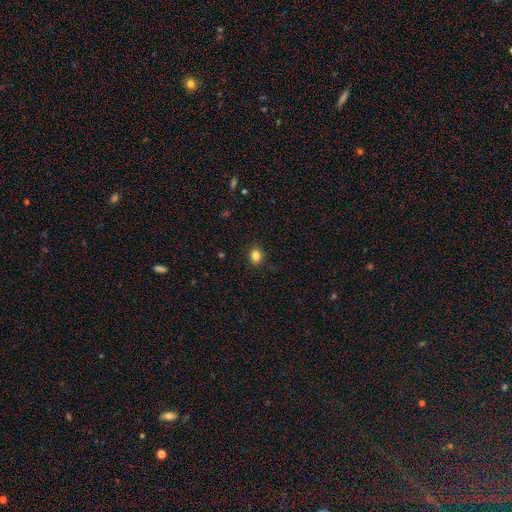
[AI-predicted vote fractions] Q: Smooth or featured?
A: smooth (83%); runner-up: star or artifact (12%)
Q: How rounded?
A: round (64%); runner-up: in between (35%)
Q: Merging?
A: none (90%); runner-up: minor disturbance (7%)